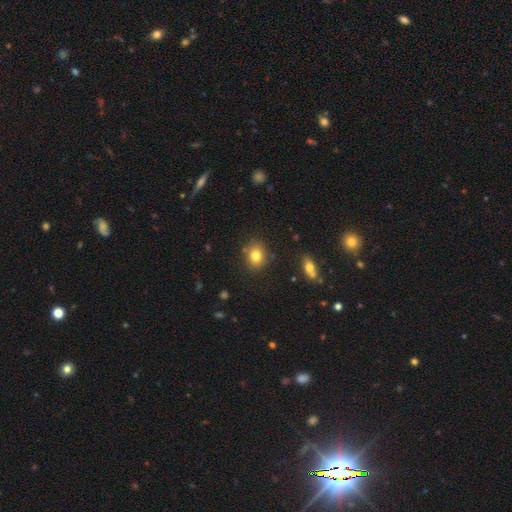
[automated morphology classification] Smooth or featured: smooth — 81% (star or artifact — 11%)
How rounded: round — 59% (in between — 40%)
Merging: none — 83% (minor disturbance — 11%)